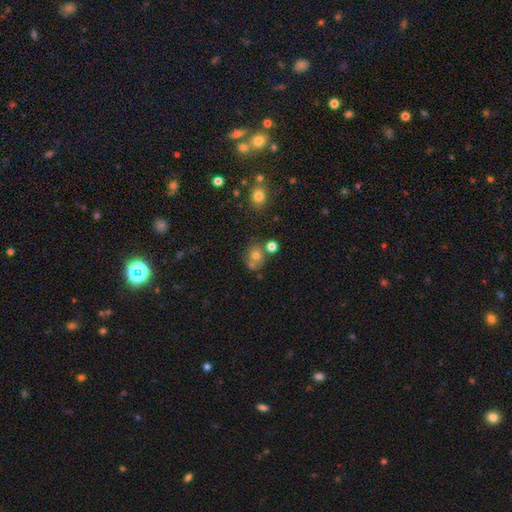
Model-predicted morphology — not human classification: A smooth galaxy with no disk features (69%) that is round (76%).

Vote fractions:
- Smooth or featured? smooth: 69% / featured or disk: 17% / star or artifact: 14%
- How rounded? round: 76% / in between: 23% / cigar-shaped: 1%
- Merging? none: 55% / merger: 24% / minor disturbance: 15% / major disturbance: 6%